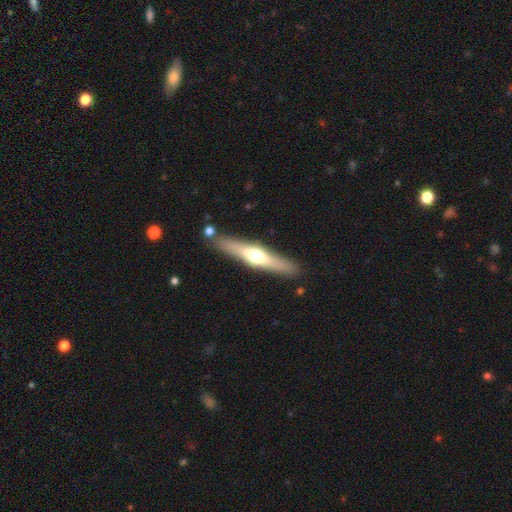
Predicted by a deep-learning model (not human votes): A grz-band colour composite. It shows a featured or disk galaxy (57%) viewed edge-on (93%) with a rounded central bulge (90%). Merging: none (86%).